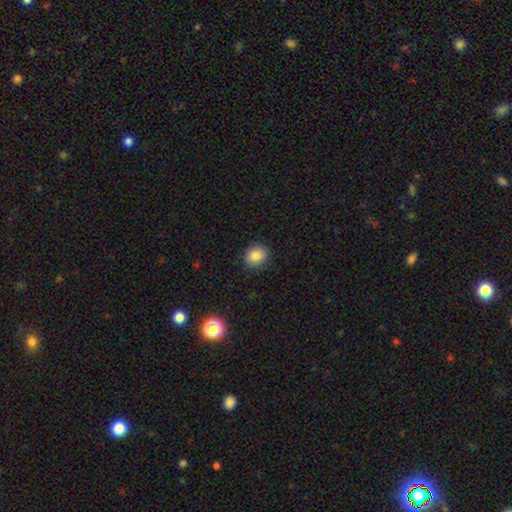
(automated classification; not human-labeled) Overall: smooth (85%). How rounded: round (73%). Merging: none (88%).